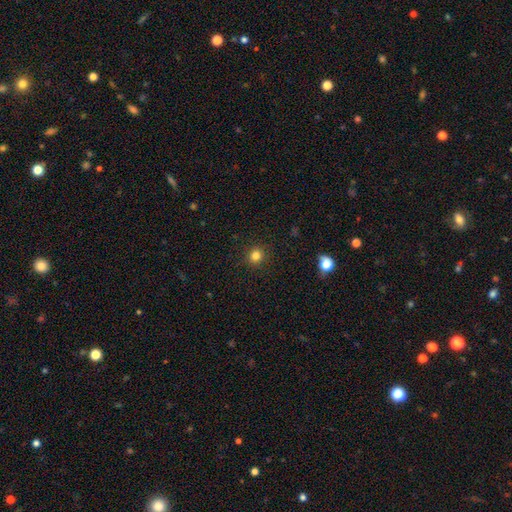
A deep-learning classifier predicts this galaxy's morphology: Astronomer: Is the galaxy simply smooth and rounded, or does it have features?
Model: smooth — 82%.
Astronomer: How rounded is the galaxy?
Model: round — 91%.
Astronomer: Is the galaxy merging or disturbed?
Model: none — 91%.